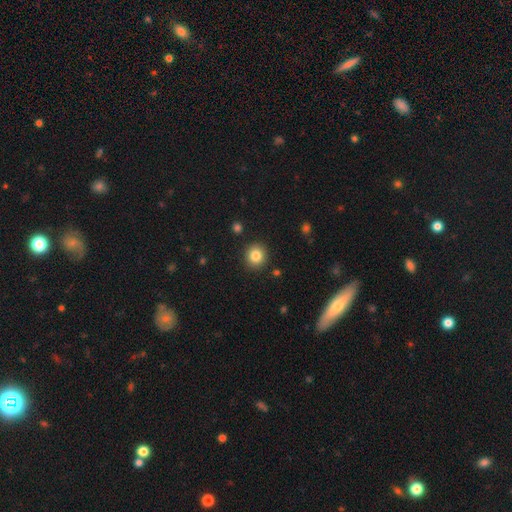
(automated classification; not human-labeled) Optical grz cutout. It shows a smooth galaxy with no disk features (84%) that is round (91%). Merging: none (91%).